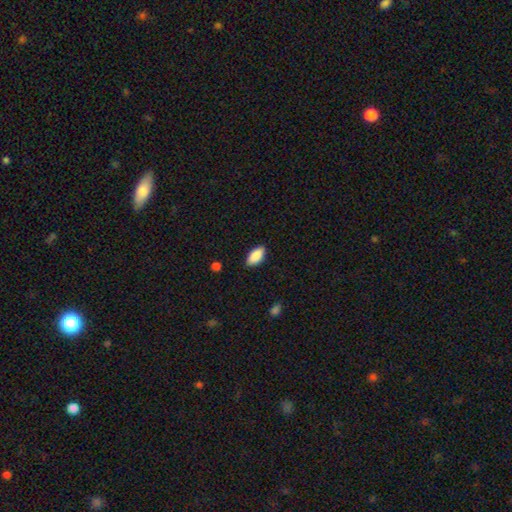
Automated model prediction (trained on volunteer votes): A smooth galaxy with no disk features (89%) that is in between round and cigar-shaped (92%).

Vote fractions:
- Smooth or featured? smooth: 89% / star or artifact: 6% / featured or disk: 5%
- How rounded? in between: 92% / cigar-shaped: 6% / round: 2%
- Merging? none: 86% / minor disturbance: 11% / major disturbance: 2% / merger: 1%